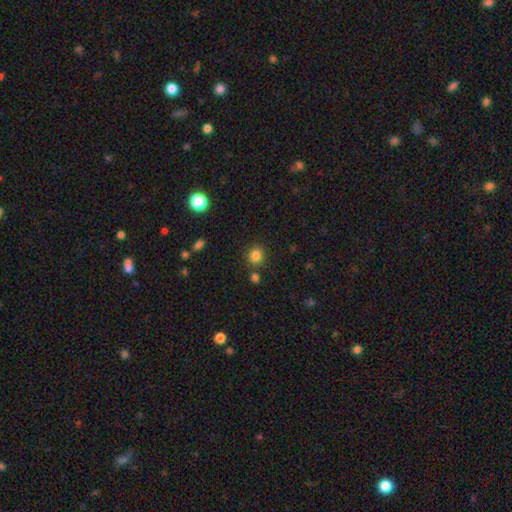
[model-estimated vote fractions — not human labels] smooth_or_featured: smooth (p=0.82) [alt: star or artifact p=0.13]
how_rounded: round (p=0.85) [alt: in between p=0.14]
merging: none (p=0.83) [alt: minor disturbance p=0.08]